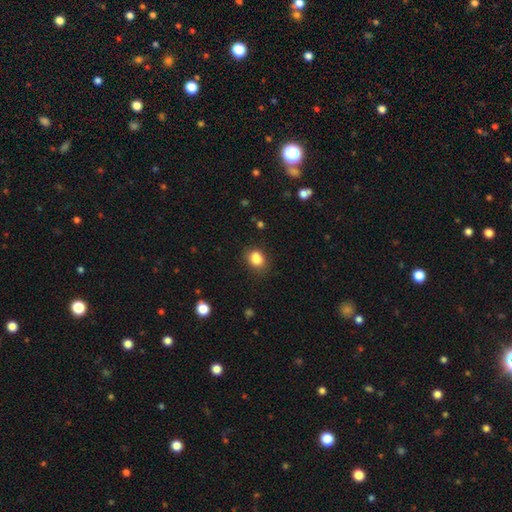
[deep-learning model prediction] Morphology: type=smooth (85%); roundness=in between (63%); merging=none (73%).